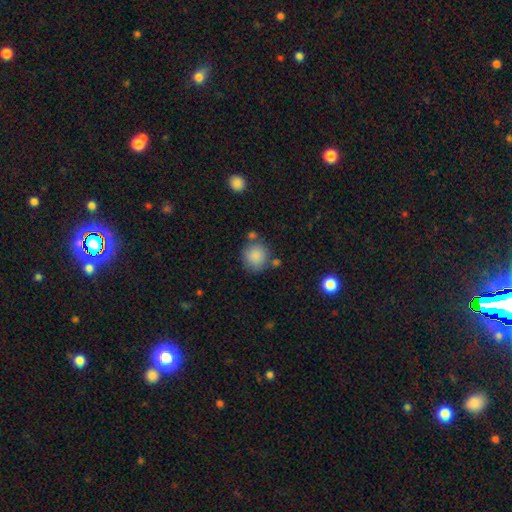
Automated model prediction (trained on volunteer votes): This appears to be a smooth galaxy with no disk features (86%) that is round (90%). Merging: none (71%).